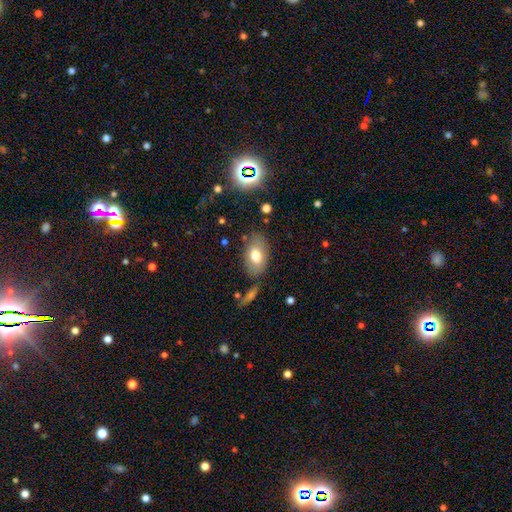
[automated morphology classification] Q: Smooth or featured?
A: smooth (74%); runner-up: featured or disk (18%)
Q: How rounded?
A: in between (90%); runner-up: round (8%)
Q: Merging?
A: none (77%); runner-up: minor disturbance (14%)